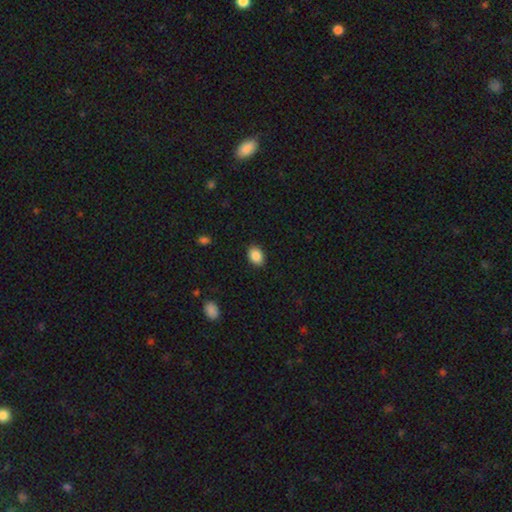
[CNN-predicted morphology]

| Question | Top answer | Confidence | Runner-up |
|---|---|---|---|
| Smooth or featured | smooth | 88% | star or artifact (8%) |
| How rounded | in between | 72% | round (27%) |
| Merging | none | 88% | minor disturbance (9%) |